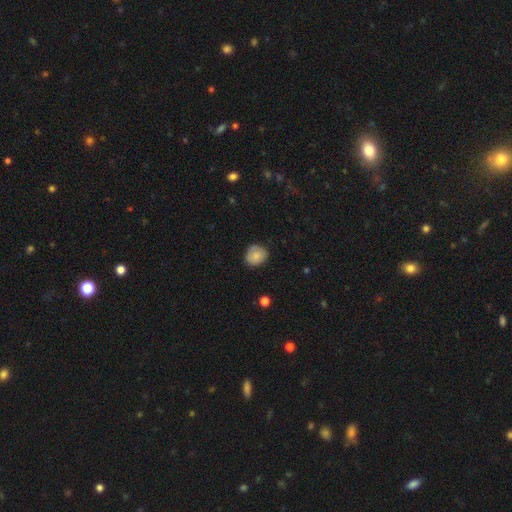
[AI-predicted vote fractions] smooth-or-featured: smooth: 82% | featured or disk: 10% | star or artifact: 8%
  how-rounded: round: 75% | in between: 24% | cigar-shaped: 1%
  merging: none: 80% | minor disturbance: 16% | major disturbance: 3% | merger: 1%